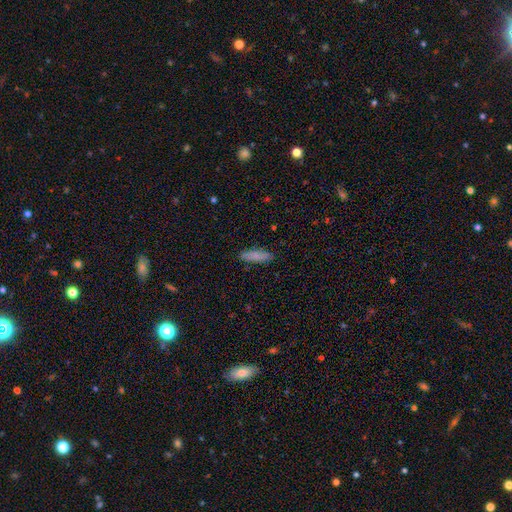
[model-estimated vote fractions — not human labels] smooth_or_featured: smooth (p=0.83) [alt: featured or disk p=0.10]
how_rounded: cigar-shaped (p=0.53) [alt: in between p=0.45]
merging: none (p=0.85) [alt: minor disturbance p=0.11]